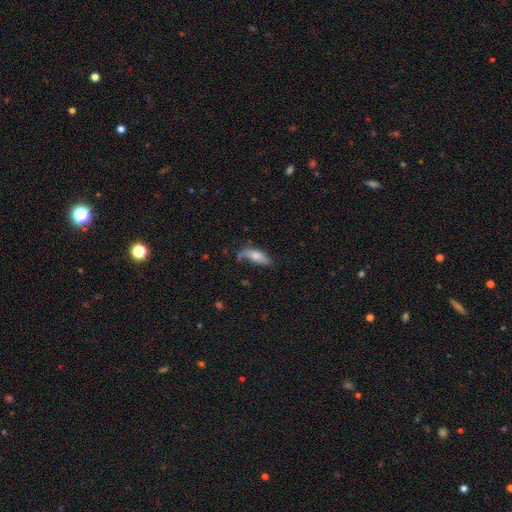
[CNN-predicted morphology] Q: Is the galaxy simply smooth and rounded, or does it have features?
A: smooth — 62%.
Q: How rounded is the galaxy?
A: in between — 67%.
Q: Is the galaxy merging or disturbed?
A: none — 45%.